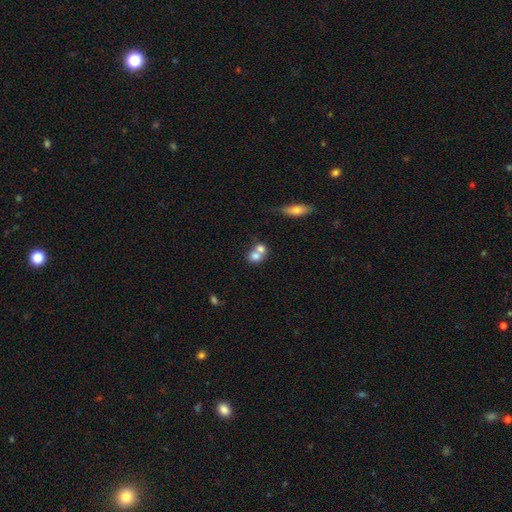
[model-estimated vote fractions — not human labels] A smooth galaxy with no disk features (72%) that is round (63%). Merging: merger (63%).